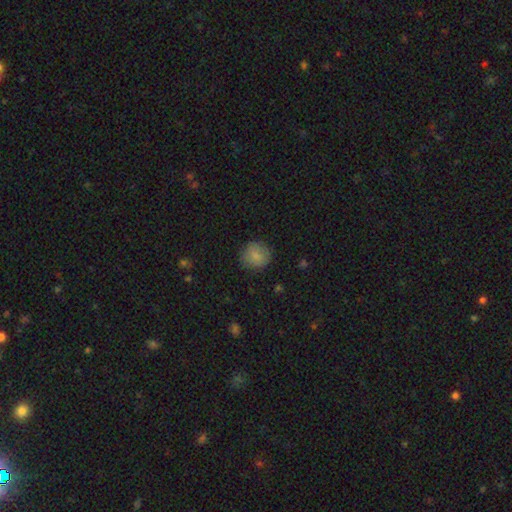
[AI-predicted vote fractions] This appears to be a smooth galaxy with no disk features (83%) that is round (87%). Merging: none (82%).